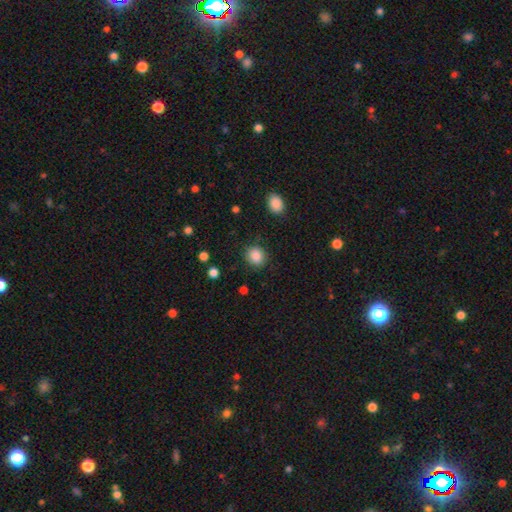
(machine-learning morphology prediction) smooth_or_featured: smooth (p=0.87) [alt: star or artifact p=0.09]
how_rounded: round (p=0.81) [alt: in between p=0.18]
merging: none (p=0.86) [alt: minor disturbance p=0.09]